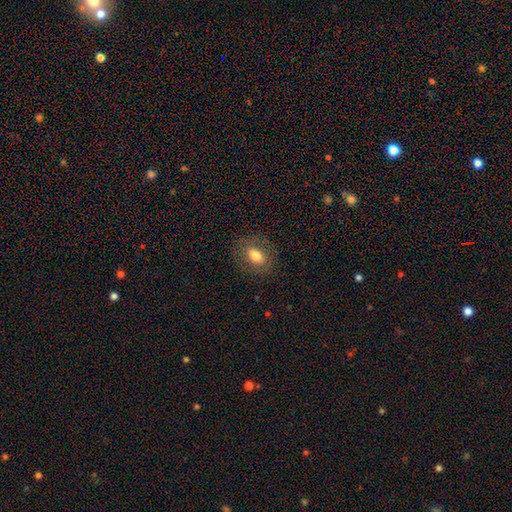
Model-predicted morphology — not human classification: A smooth galaxy with no disk features (75%) that is in between round and cigar-shaped (73%). Merging: none (82%).